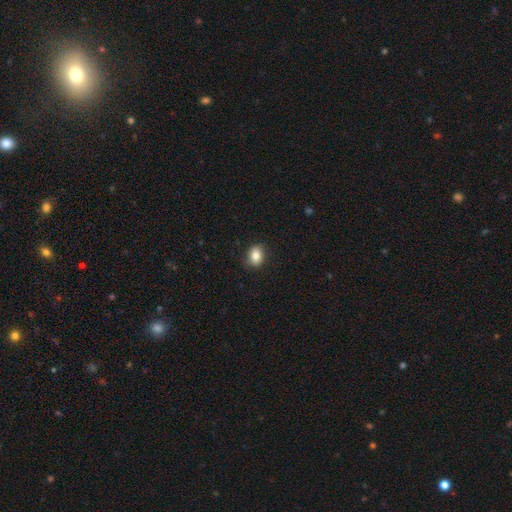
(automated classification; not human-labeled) Smooth or featured: smooth — 82% (featured or disk — 9%)
How rounded: in between — 63% (round — 36%)
Merging: none — 86% (minor disturbance — 11%)